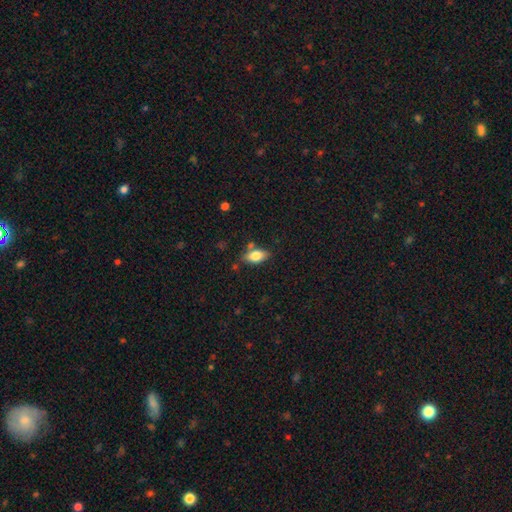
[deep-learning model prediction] Smooth or featured: smooth — 78% (featured or disk — 14%)
How rounded: in between — 88% (cigar-shaped — 7%)
Merging: none — 72% (minor disturbance — 16%)